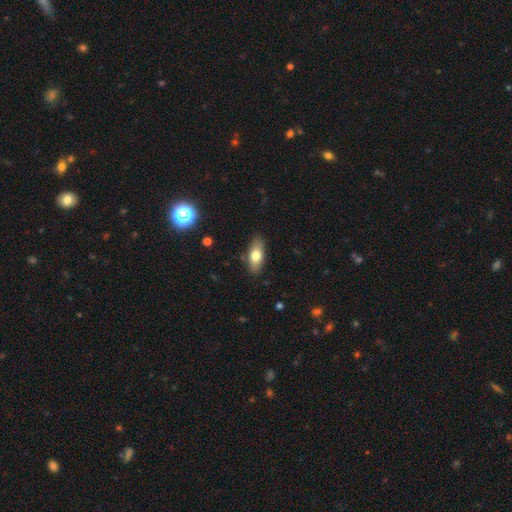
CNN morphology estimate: Smooth or featured: smooth — 73% (featured or disk — 20%)
How rounded: in between — 82% (cigar-shaped — 15%)
Merging: none — 85% (minor disturbance — 12%)